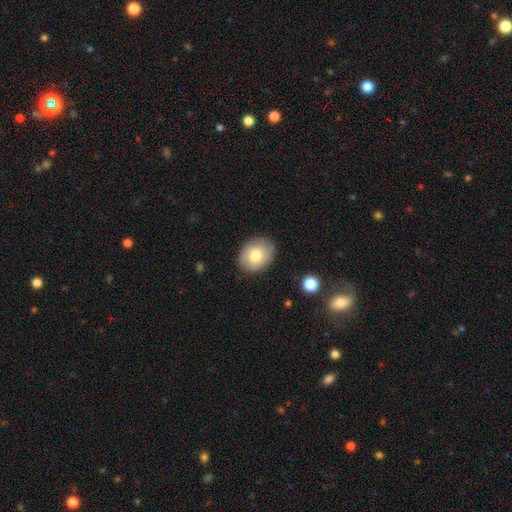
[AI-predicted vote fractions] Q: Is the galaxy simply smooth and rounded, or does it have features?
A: smooth — 75%.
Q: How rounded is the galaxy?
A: in between — 59%.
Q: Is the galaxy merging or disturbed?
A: none — 84%.